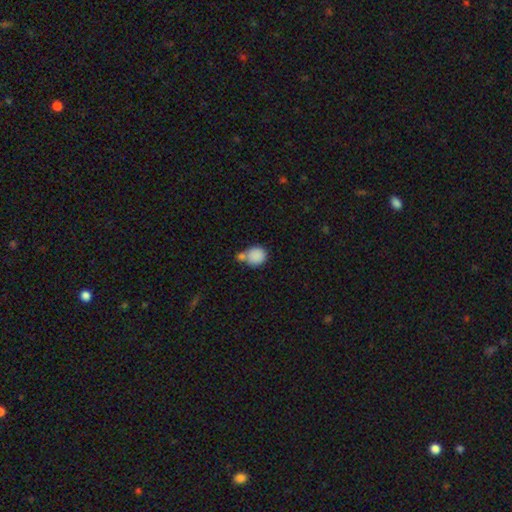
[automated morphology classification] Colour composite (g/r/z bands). It shows a smooth galaxy with no disk features (86%) that is round (81%). Merging: none (43%).